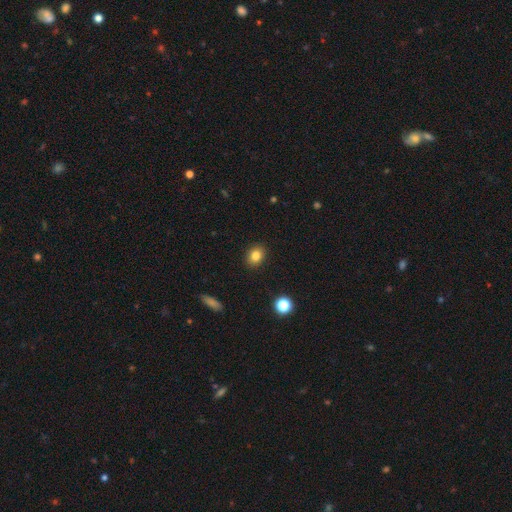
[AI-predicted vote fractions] smooth 82%, star or artifact 11%, featured or disk 7%. Down the decision tree: how rounded — round (55%); merging — none (90%).